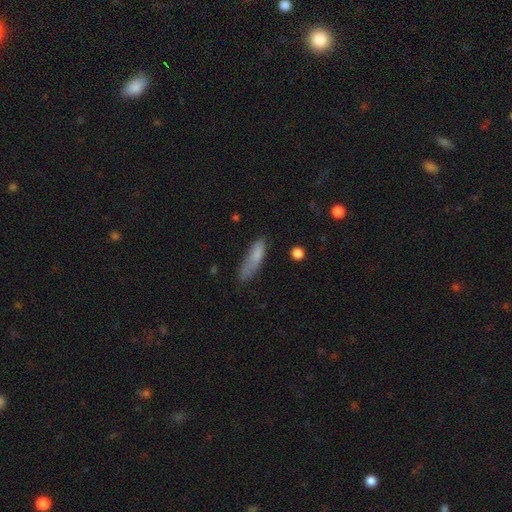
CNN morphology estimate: This is likely a smooth galaxy (80%). How rounded: likely cigar-shaped (66%). Merging: possibly none (49%).